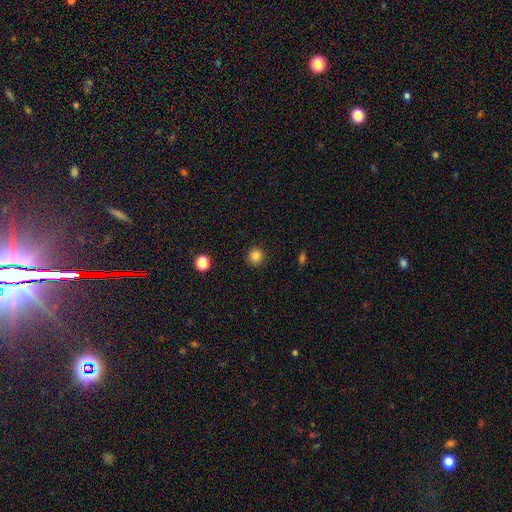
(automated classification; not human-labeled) A smooth galaxy with no disk features (85%) that is round (87%). Merging: none (89%).